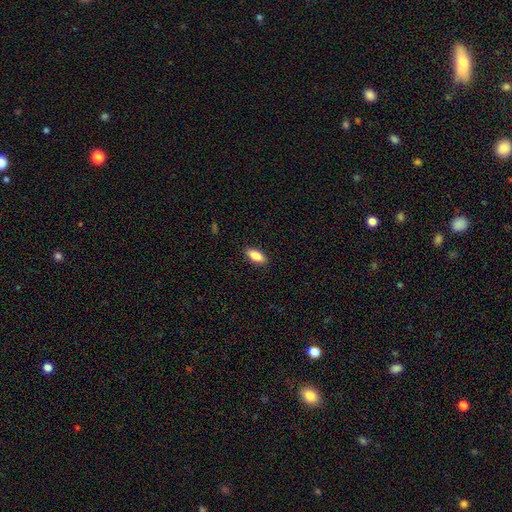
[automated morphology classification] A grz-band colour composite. It shows a smooth galaxy with no disk features (84%) that is in between round and cigar-shaped (87%). Merging: none (89%).